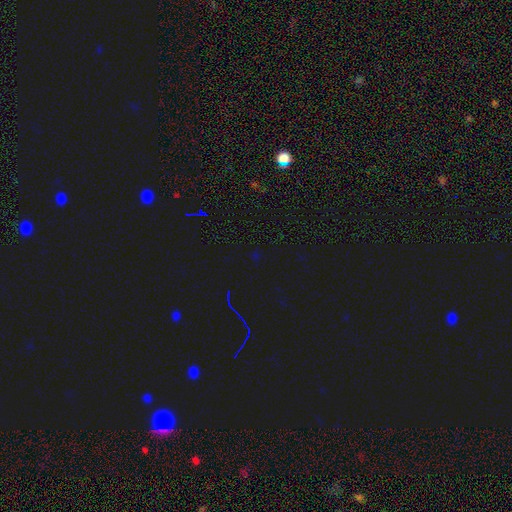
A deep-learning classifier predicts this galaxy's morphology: smooth_or_featured: star or artifact (p=0.78) [alt: smooth p=0.15]